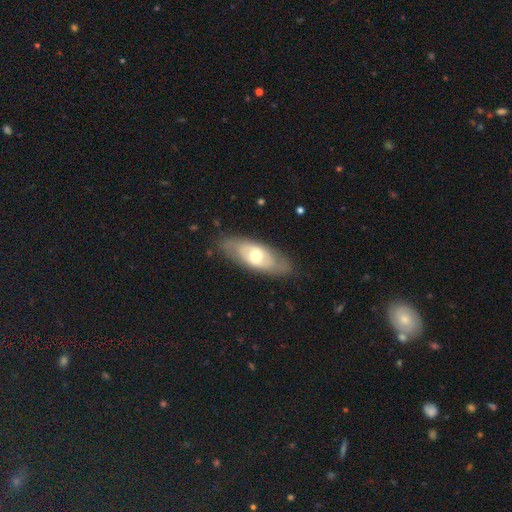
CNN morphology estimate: This appears to be a featured or disk galaxy (50%). Merging: none (81%).